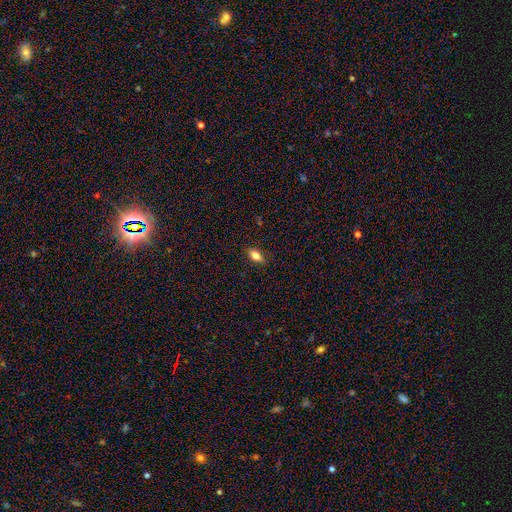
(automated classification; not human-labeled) Q: Smooth or featured?
A: smooth (78%); runner-up: featured or disk (12%)
Q: How rounded?
A: in between (84%); runner-up: cigar-shaped (10%)
Q: Merging?
A: none (86%); runner-up: minor disturbance (11%)